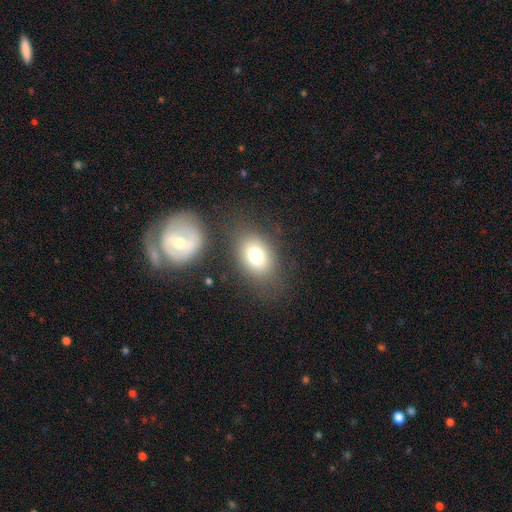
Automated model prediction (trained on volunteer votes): Smooth or featured: smooth — 77% (featured or disk — 13%)
How rounded: in between — 73% (round — 25%)
Merging: none — 75% (minor disturbance — 13%)